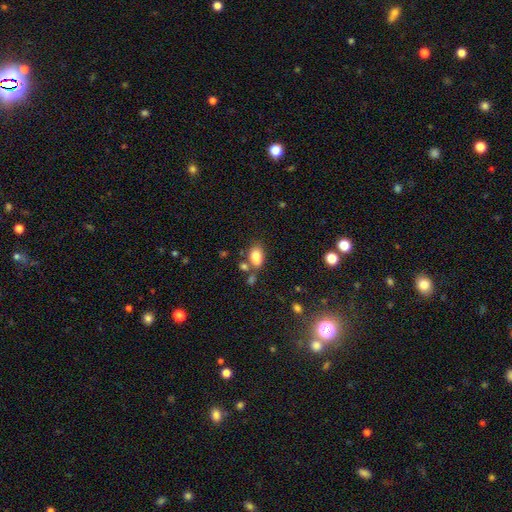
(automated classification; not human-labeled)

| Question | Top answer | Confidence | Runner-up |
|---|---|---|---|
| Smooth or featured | smooth | 77% | featured or disk (12%) |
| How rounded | in between | 84% | round (13%) |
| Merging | none | 42% | merger (37%) |